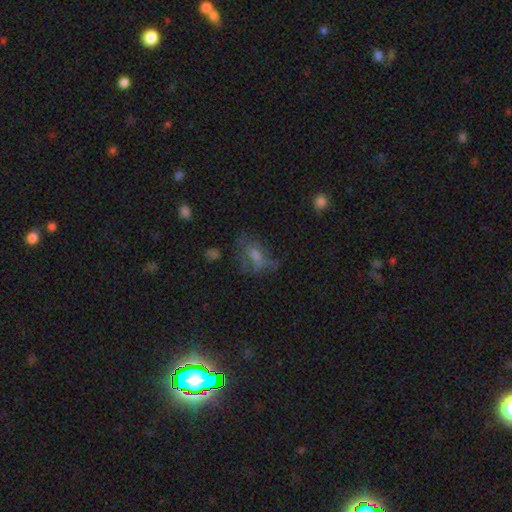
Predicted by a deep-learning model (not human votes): Morphology: type=smooth (37%); merging=none (49%).